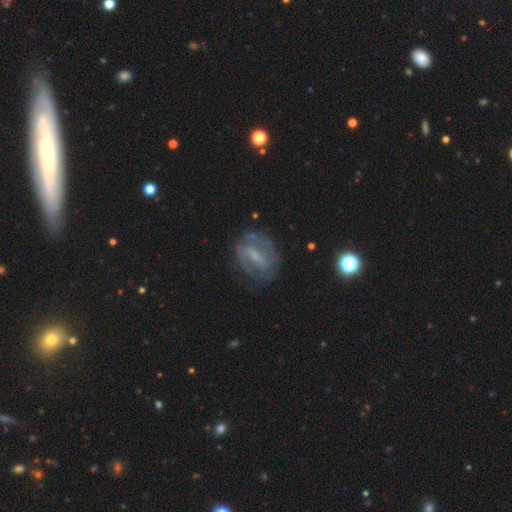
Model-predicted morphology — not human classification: Smooth or featured: featured or disk — 69% (smooth — 23%)
Edge-on disk: no — 94% (yes — 6%)
Bar: weak — 44% (strong — 40%)
Spiral arms: yes — 73% (no — 27%)
Bulge size: small — 42% (none — 31%)
Merging: none — 69% (minor disturbance — 19%)